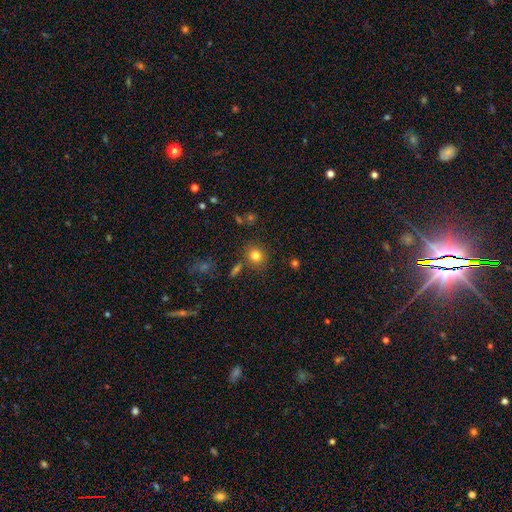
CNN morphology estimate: smooth 80%, star or artifact 13%, featured or disk 8%. Down the decision tree: how rounded — round (80%); merging — none (79%).